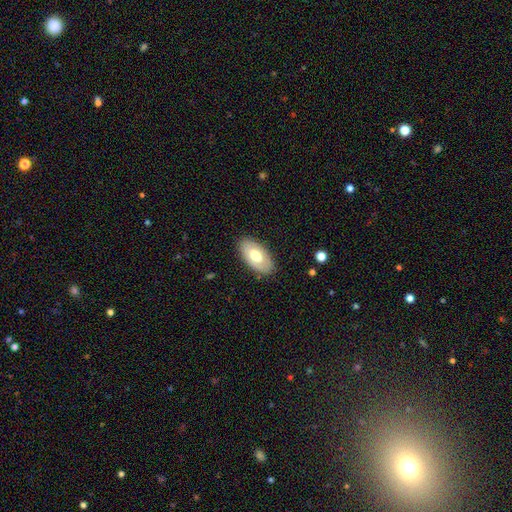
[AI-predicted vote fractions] smooth-or-featured: smooth: 61% | featured or disk: 33% | star or artifact: 6%
  how-rounded: in between: 94% | round: 3% | cigar-shaped: 2%
  merging: none: 84% | minor disturbance: 12% | major disturbance: 3% | merger: 1%